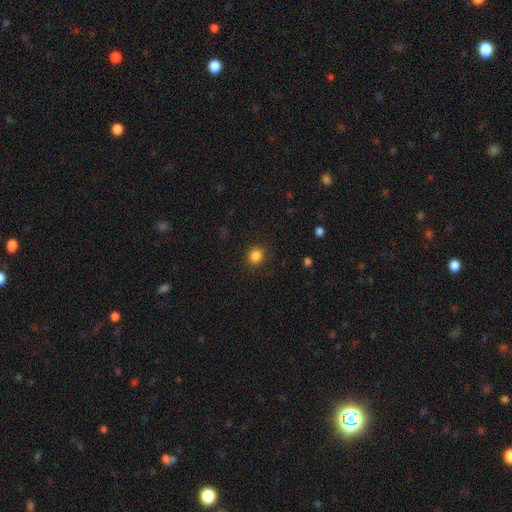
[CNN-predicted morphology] Q: Smooth or featured?
A: smooth (85%); runner-up: star or artifact (12%)
Q: How rounded?
A: round (88%); runner-up: in between (11%)
Q: Merging?
A: none (89%); runner-up: minor disturbance (7%)